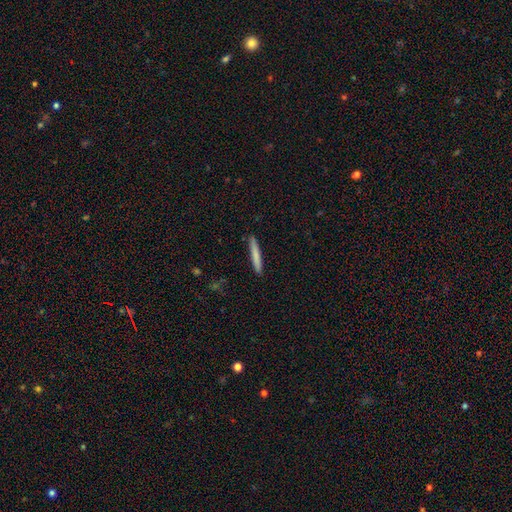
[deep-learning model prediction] This appears to be a smooth galaxy with no disk features (76%) that is cigar-shaped (96%). Merging: none (90%).